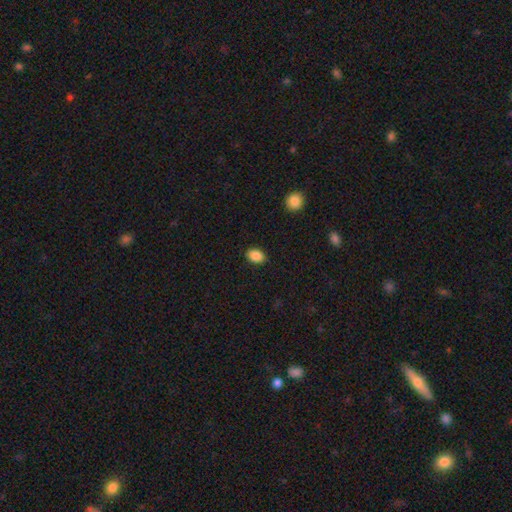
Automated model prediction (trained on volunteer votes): The model was most divided on "how rounded": in between: 77%, round: 22%, cigar-shaped: 1%. More confident: merging — none (88%); smooth or featured — smooth (88%).